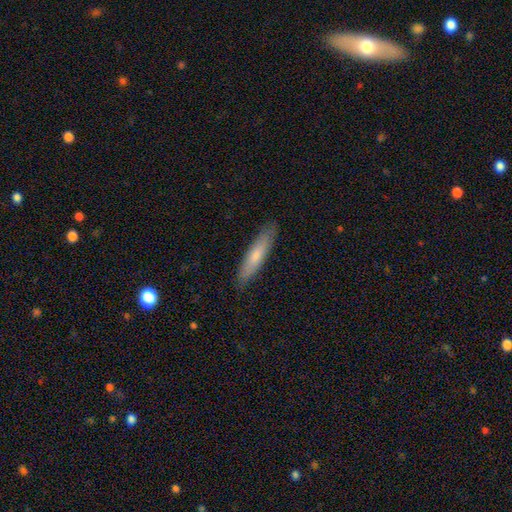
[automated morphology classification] Smooth or featured: smooth — 71% (featured or disk — 23%)
How rounded: cigar-shaped — 82% (in between — 17%)
Merging: none — 87% (minor disturbance — 10%)